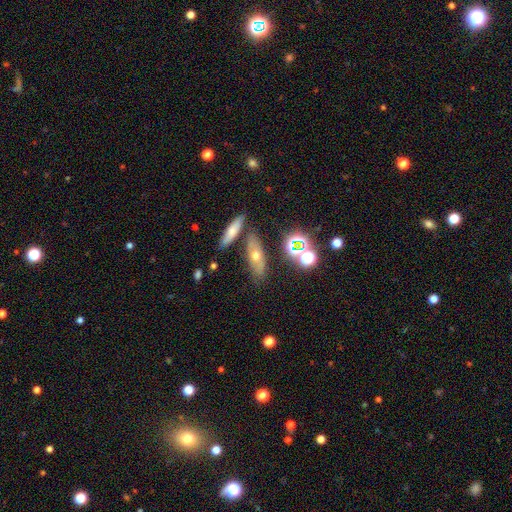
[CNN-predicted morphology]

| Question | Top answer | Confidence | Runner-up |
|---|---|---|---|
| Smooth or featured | smooth | 52% | featured or disk (33%) |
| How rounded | in between | 58% | cigar-shaped (34%) |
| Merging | none | 73% | minor disturbance (12%) |